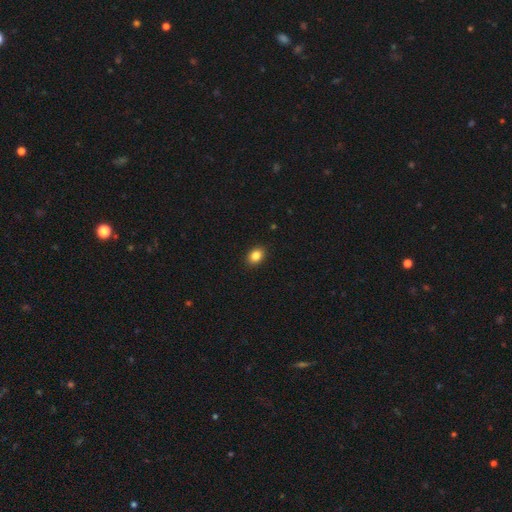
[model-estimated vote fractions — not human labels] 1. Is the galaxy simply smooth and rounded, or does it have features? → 86% smooth, 10% star or artifact, 5% featured or disk.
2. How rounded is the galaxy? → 68% in between, 31% round, 1% cigar-shaped.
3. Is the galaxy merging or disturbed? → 91% none, 7% minor disturbance, 2% major disturbance, 1% merger.